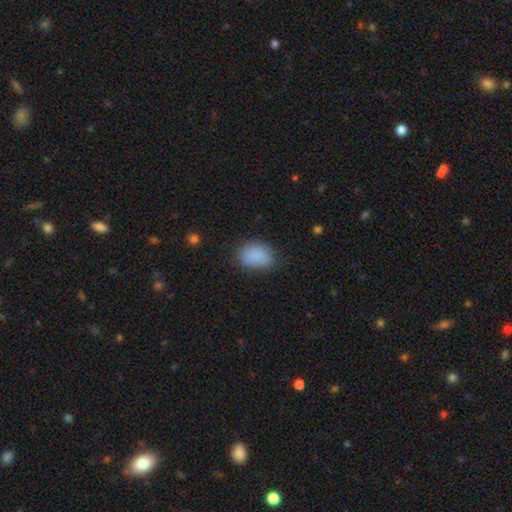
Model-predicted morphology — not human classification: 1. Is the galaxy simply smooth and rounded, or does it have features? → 86% smooth, 9% star or artifact, 5% featured or disk.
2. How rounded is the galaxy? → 70% in between, 28% round, 1% cigar-shaped.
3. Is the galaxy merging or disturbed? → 75% none, 19% minor disturbance, 5% major disturbance, 1% merger.